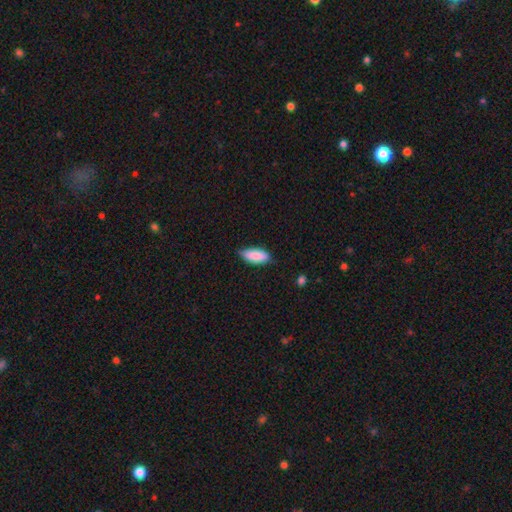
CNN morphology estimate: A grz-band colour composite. It shows a smooth galaxy with no disk features (87%) that is in between round and cigar-shaped (81%). Merging: none (73%).